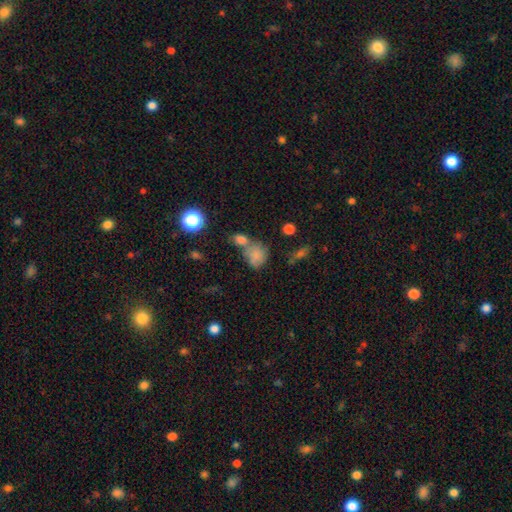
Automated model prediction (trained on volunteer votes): Smooth or featured? smooth (76%)
How rounded? round (53%)
Merging? merger (46%)